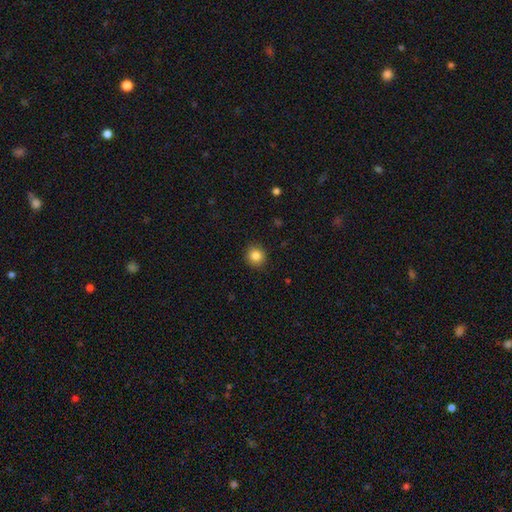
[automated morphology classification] Smooth or featured? smooth (84%)
How rounded? round (89%)
Merging? none (91%)